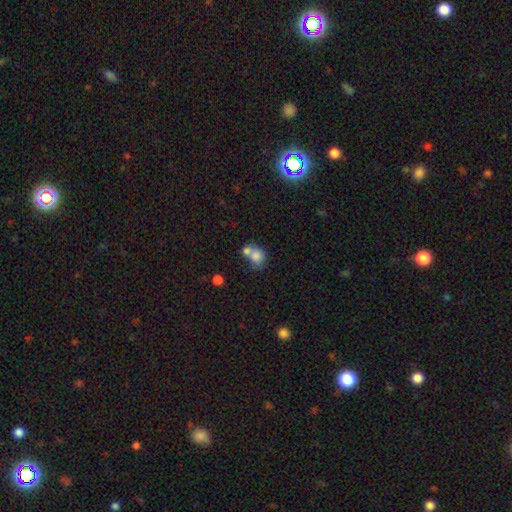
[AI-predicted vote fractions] Overall: smooth (78%). How rounded: round (66%; in between 33%). Merging: merger (53%; none 32%).